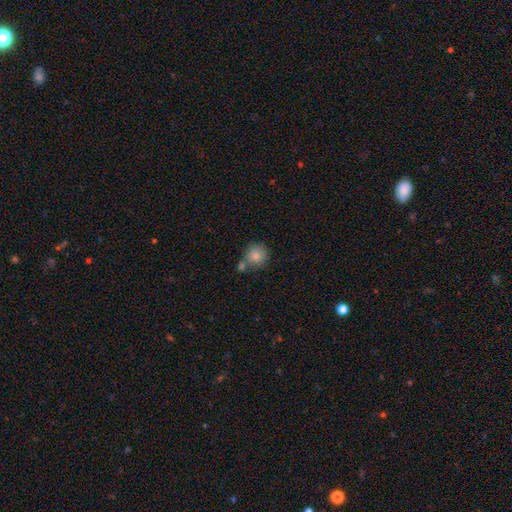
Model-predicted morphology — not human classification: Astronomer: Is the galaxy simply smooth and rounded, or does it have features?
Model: smooth — 82%.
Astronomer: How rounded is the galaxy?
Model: round — 89%.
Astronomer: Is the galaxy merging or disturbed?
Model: none — 56%.